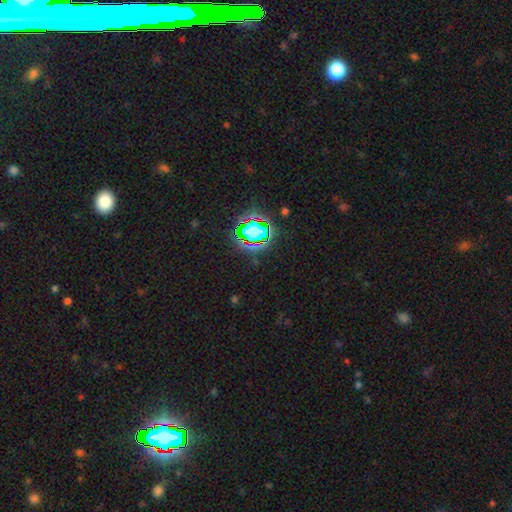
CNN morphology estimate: Smooth or featured? star or artifact (79%)